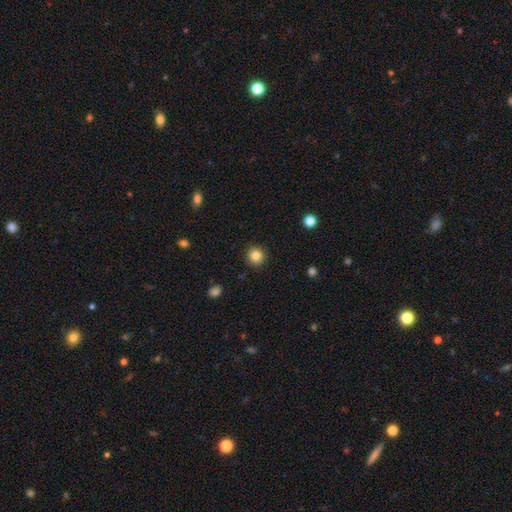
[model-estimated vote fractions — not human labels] A smooth galaxy with no disk features (83%) that is round (93%). Merging: none (91%).